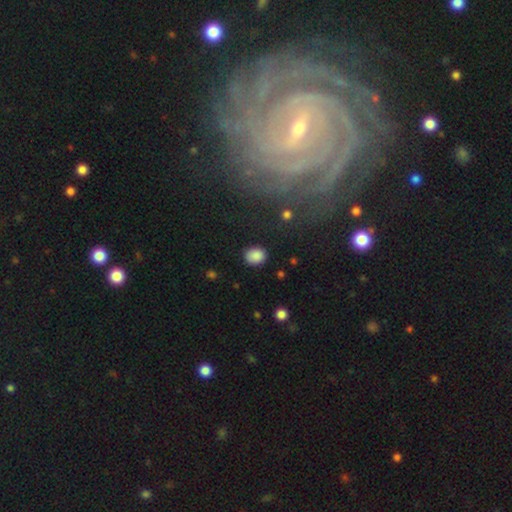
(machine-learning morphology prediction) Overall: smooth (87%). How rounded: in between (50%; round 49%). Merging: none (85%).